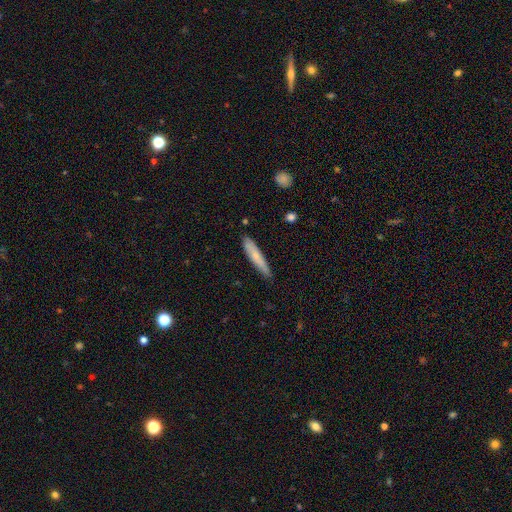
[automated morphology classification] This is likely a smooth galaxy (71%). How rounded: clearly cigar-shaped (91%). Merging: clearly none (81%).